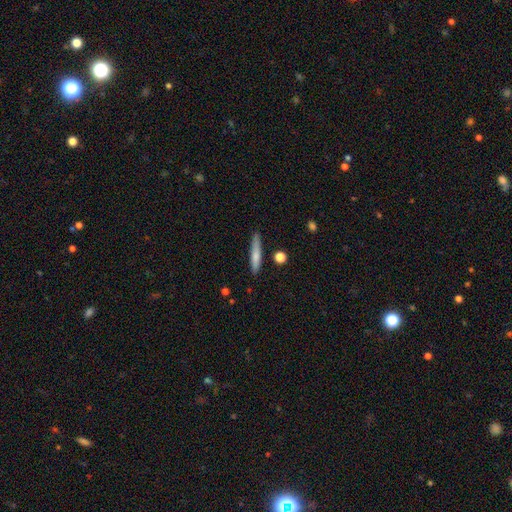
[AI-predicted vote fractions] smooth 71%, featured or disk 22%, star or artifact 6%. Down the decision tree: how rounded — cigar-shaped (92%); merging — none (83%).